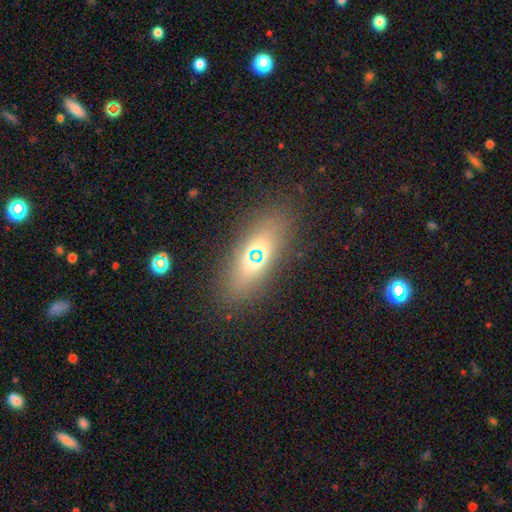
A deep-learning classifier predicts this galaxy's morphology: smooth-or-featured: smooth: 55% | featured or disk: 27% | star or artifact: 18%
  how-rounded: in between: 79% | cigar-shaped: 12% | round: 8%
  merging: none: 85% | minor disturbance: 10% | major disturbance: 4% | merger: 1%